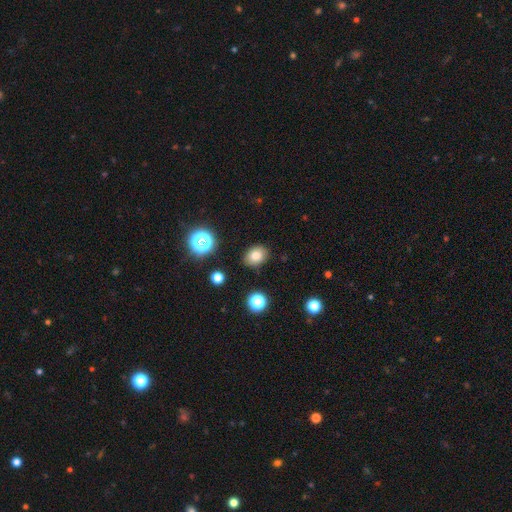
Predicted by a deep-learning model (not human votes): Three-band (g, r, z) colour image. It shows a smooth galaxy with no disk features (80%) that is in between round and cigar-shaped (61%). Merging: none (86%).